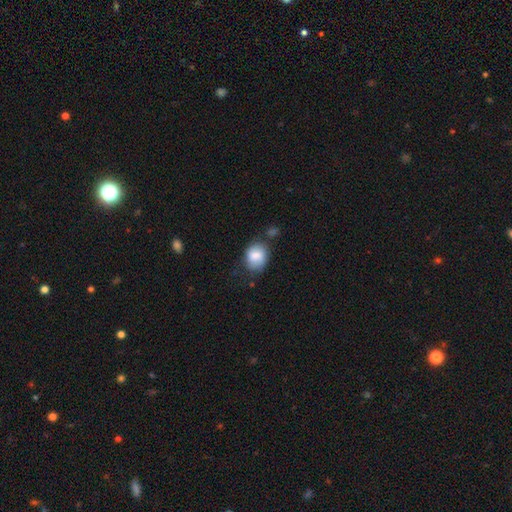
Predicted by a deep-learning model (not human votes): Q: Smooth or featured?
A: smooth (78%); runner-up: featured or disk (15%)
Q: How rounded?
A: in between (50%); runner-up: round (49%)
Q: Merging?
A: none (59%); runner-up: minor disturbance (26%)